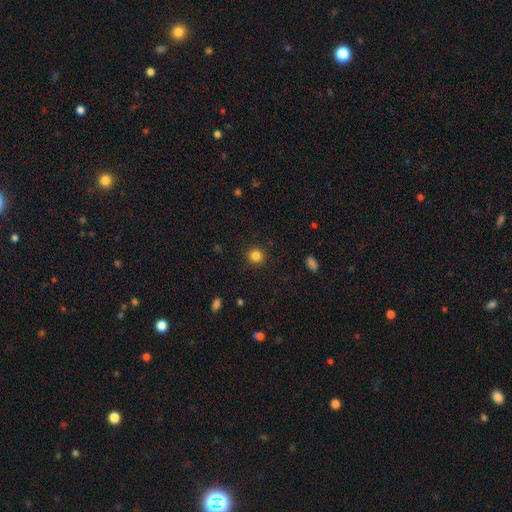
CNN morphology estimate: Q: Smooth or featured?
A: smooth (84%); runner-up: star or artifact (12%)
Q: How rounded?
A: round (92%); runner-up: in between (8%)
Q: Merging?
A: none (92%); runner-up: minor disturbance (5%)